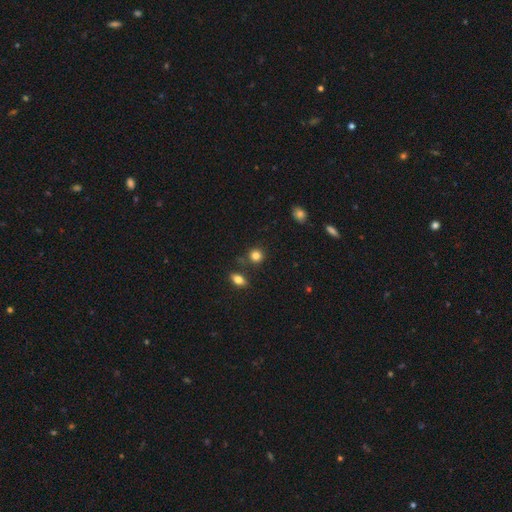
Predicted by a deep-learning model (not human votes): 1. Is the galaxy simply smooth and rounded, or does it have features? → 83% smooth, 12% star or artifact, 5% featured or disk.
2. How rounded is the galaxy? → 87% round, 12% in between, 1% cigar-shaped.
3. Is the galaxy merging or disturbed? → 80% none, 10% minor disturbance, 7% merger, 3% major disturbance.